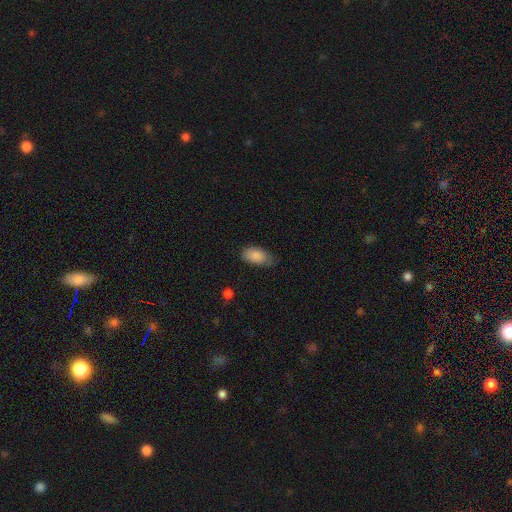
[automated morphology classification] The model was most divided on "merging": none: 63%, minor disturbance: 30%, major disturbance: 6%, merger: 1%. More confident: how rounded — in between (93%); smooth or featured — smooth (87%).